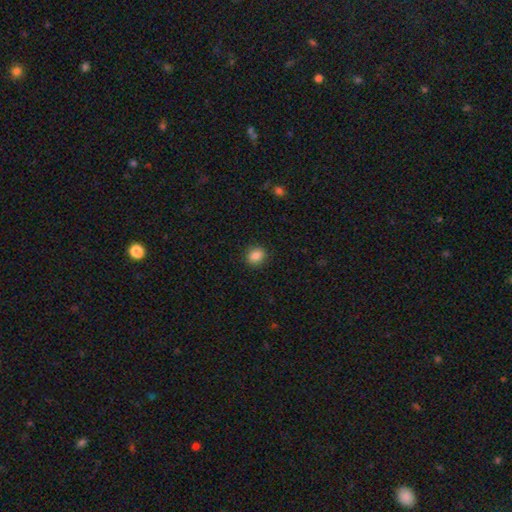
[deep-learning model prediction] Overall: smooth (86%). How rounded: round (66%; in between 33%). Merging: none (90%).